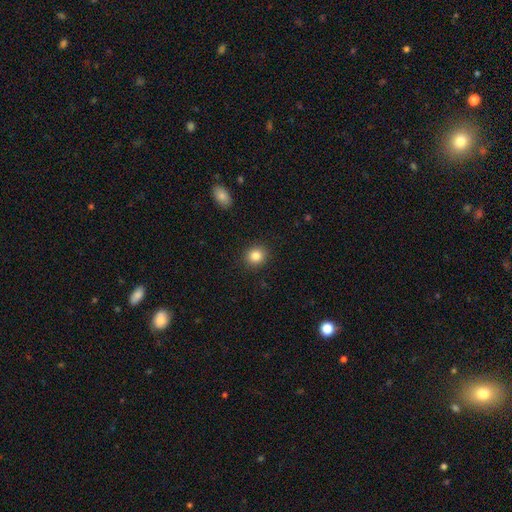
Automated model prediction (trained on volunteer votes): Smooth or featured? Predicted: smooth (p=0.85). How rounded? Predicted: round (p=0.80). Merging? Predicted: none (p=0.90).